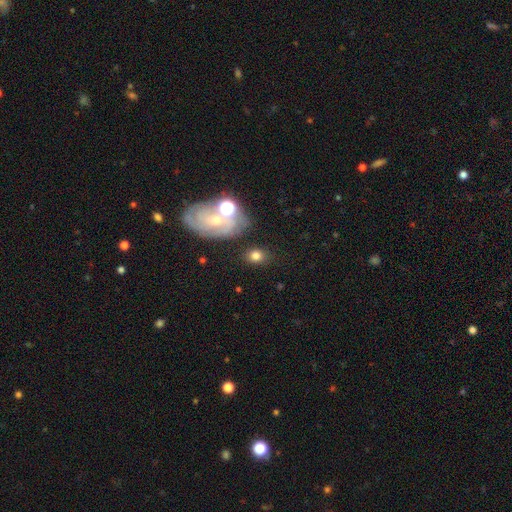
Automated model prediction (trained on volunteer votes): smooth_or_featured: smooth (p=0.75) [alt: star or artifact p=0.13]
how_rounded: in between (p=0.52) [alt: round p=0.46]
merging: none (p=0.74) [alt: minor disturbance p=0.13]